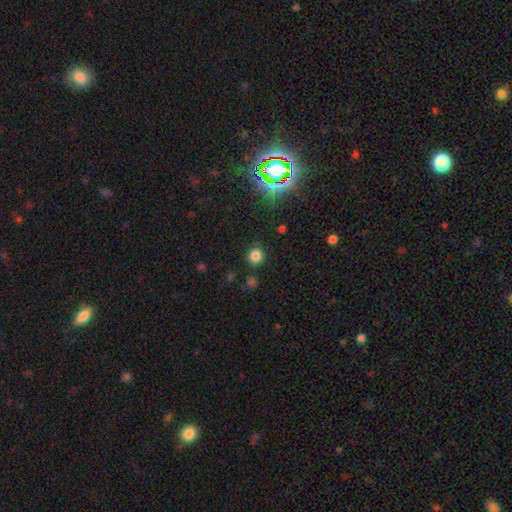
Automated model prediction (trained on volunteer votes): Q: Smooth or featured?
A: smooth (79%); runner-up: star or artifact (16%)
Q: How rounded?
A: round (90%); runner-up: in between (9%)
Q: Merging?
A: none (86%); runner-up: minor disturbance (8%)